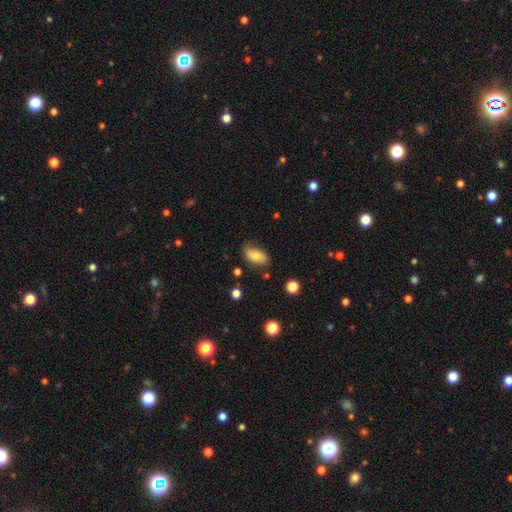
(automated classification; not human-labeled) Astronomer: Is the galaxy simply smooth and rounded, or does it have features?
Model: smooth — 68%.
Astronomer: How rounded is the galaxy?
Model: in between — 92%.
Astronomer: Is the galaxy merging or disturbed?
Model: none — 63%.